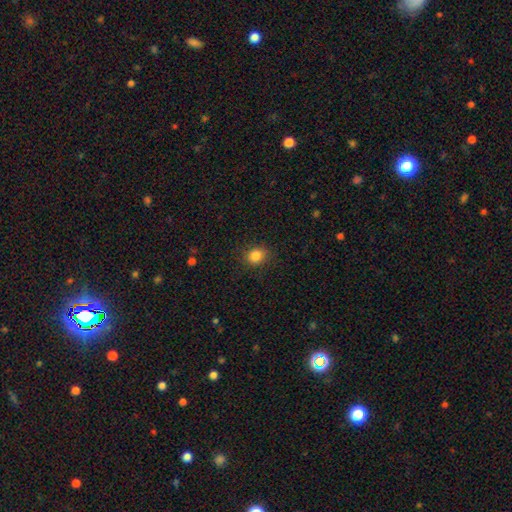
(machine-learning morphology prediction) smooth-or-featured: smooth: 84% | star or artifact: 11% | featured or disk: 5%
  how-rounded: round: 68% | in between: 32% | cigar-shaped: 1%
  merging: none: 87% | minor disturbance: 9% | major disturbance: 3% | merger: 1%